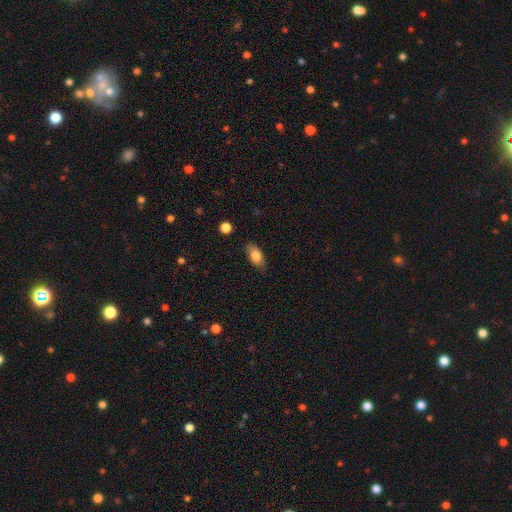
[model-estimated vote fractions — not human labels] Smooth or featured? smooth (82%)
How rounded? in between (87%)
Merging? none (81%)